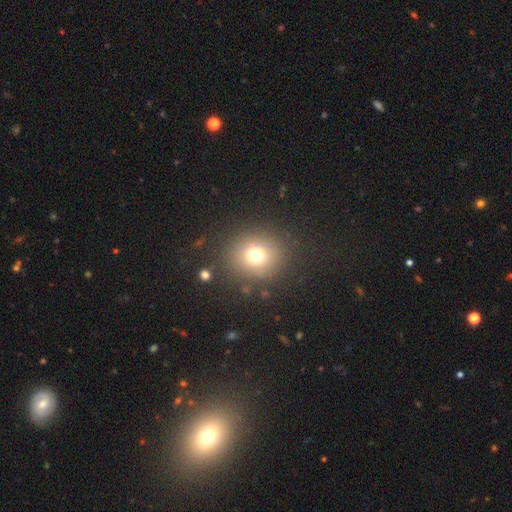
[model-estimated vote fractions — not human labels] Smooth or featured?
  - smooth: 71% *
  - star or artifact: 17%
  - featured or disk: 12%
How rounded?
  - round: 83% *
  - in between: 16%
  - cigar-shaped: 1%
Merging?
  - none: 84% *
  - minor disturbance: 9%
  - major disturbance: 5%
  - merger: 2%